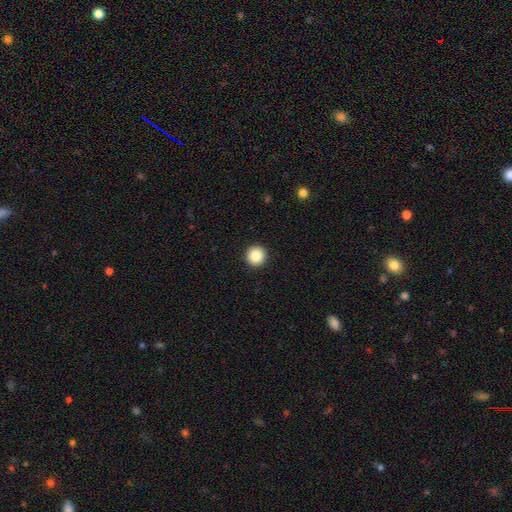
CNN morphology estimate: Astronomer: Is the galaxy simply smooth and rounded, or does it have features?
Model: smooth — 86%.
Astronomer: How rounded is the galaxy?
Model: round — 96%.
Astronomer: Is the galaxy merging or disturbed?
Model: none — 94%.